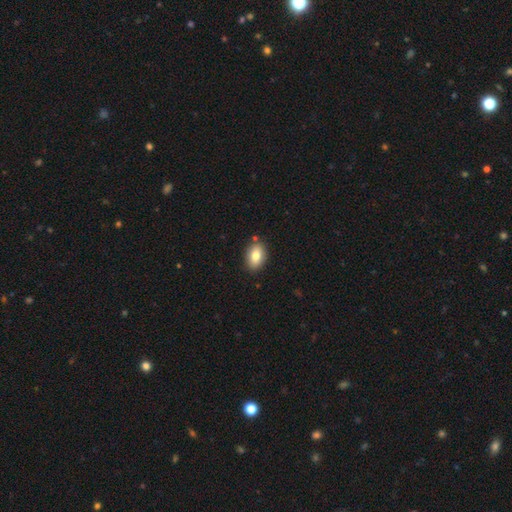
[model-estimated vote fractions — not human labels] Smooth or featured?
  - smooth: 81% *
  - featured or disk: 11%
  - star or artifact: 8%
How rounded?
  - in between: 86% *
  - round: 12%
  - cigar-shaped: 2%
Merging?
  - none: 85% *
  - minor disturbance: 10%
  - merger: 3%
  - major disturbance: 2%